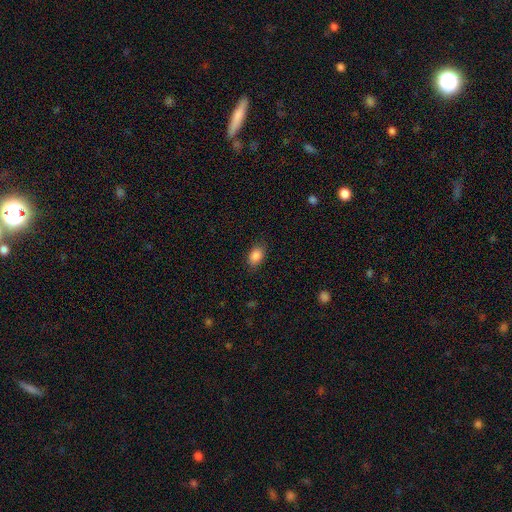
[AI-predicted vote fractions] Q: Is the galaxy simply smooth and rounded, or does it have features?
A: smooth — 88%.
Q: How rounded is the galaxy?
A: in between — 85%.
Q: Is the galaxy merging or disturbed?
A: none — 86%.